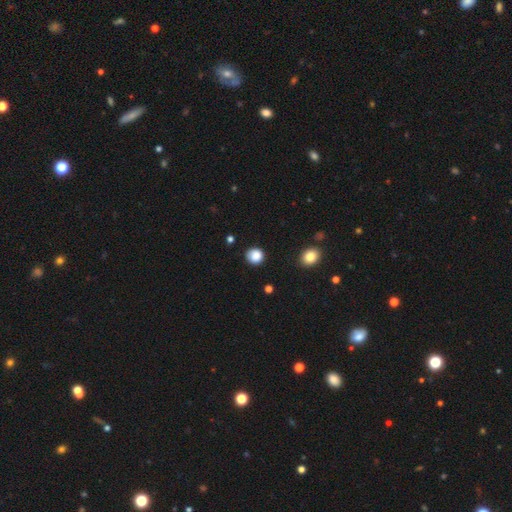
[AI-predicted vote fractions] Smooth or featured? Predicted: smooth (p=0.87). How rounded? Predicted: round (p=0.88). Merging? Predicted: none (p=0.85).